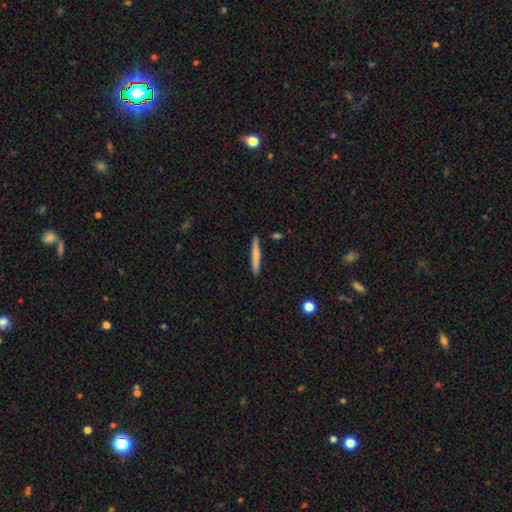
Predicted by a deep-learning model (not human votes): Overall: smooth (70%). How rounded: cigar-shaped (96%). Merging: none (89%).